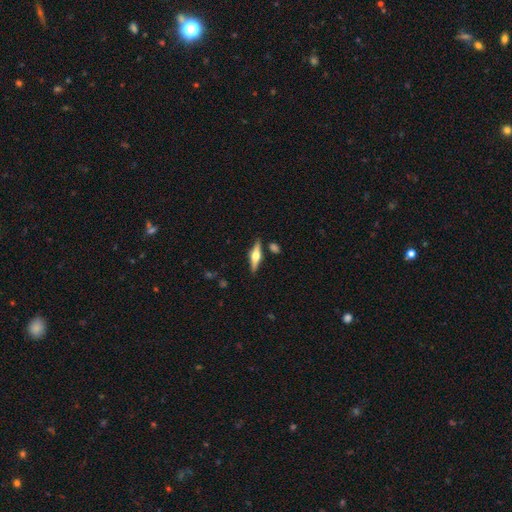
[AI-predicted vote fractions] A featured or disk galaxy (68%) viewed edge-on (96%) with a rounded central bulge (94%). Merging: none (84%).